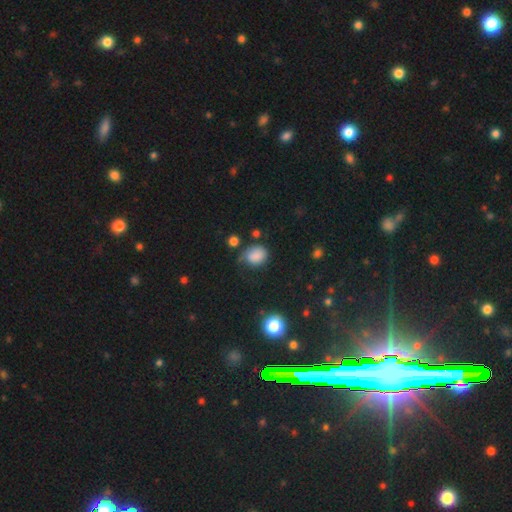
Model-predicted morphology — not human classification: smooth_or_featured: smooth (p=0.76) [alt: featured or disk p=0.13]
how_rounded: round (p=0.50) [alt: in between p=0.49]
merging: none (p=0.42) [alt: minor disturbance p=0.34]